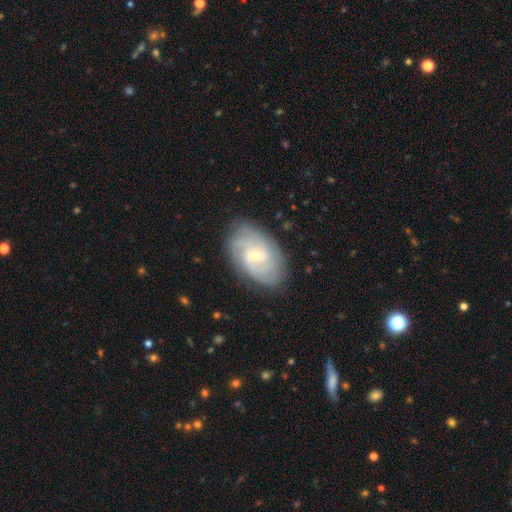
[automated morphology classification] This appears to be a featured or disk galaxy (76%) with a weak bar (55%), tight (55%) spiral arms (92%) and a small central bulge (71%). Merging: none (80%).